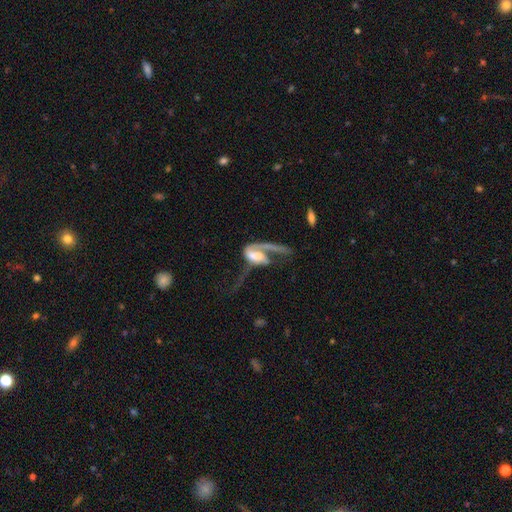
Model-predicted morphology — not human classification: Smooth or featured: featured or disk — 75% (smooth — 19%)
Edge-on disk: no — 94% (yes — 6%)
Bar: no — 42% (weak — 35%)
Spiral arms: yes — 83% (no — 17%)
Spiral winding: loose — 67% (medium — 24%)
Spiral arm count: 1 — 64% (2 — 28%)
Bulge size: moderate — 36% (large — 26%)
Merging: major disturbance — 56% (none — 19%)